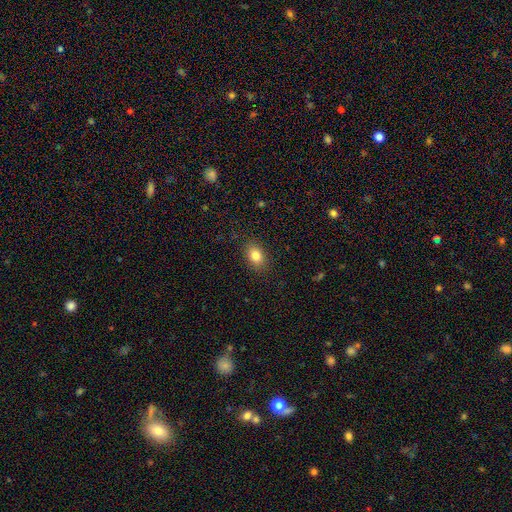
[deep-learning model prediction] Overall: smooth (82%). How rounded: in between (76%). Merging: none (88%).